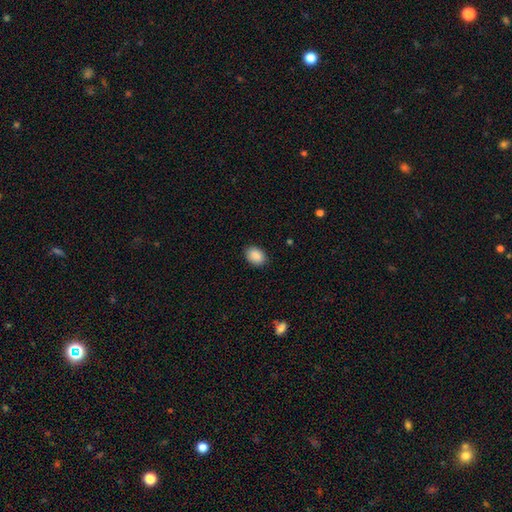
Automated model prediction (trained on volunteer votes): Smooth or featured: smooth — 89% (star or artifact — 7%)
How rounded: in between — 73% (round — 26%)
Merging: none — 88% (minor disturbance — 9%)